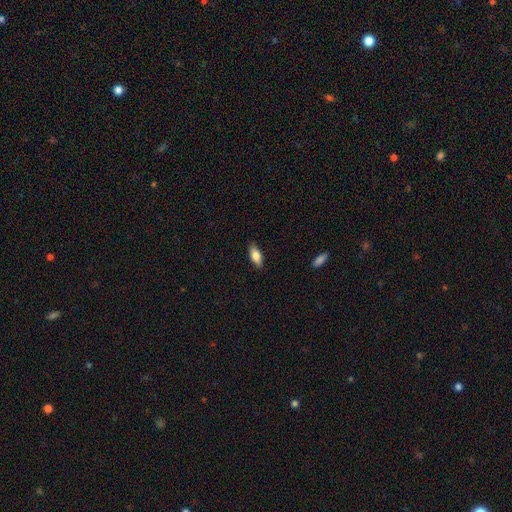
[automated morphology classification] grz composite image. It shows a smooth galaxy with no disk features (78%) that is in between round and cigar-shaped (80%). Merging: none (87%).